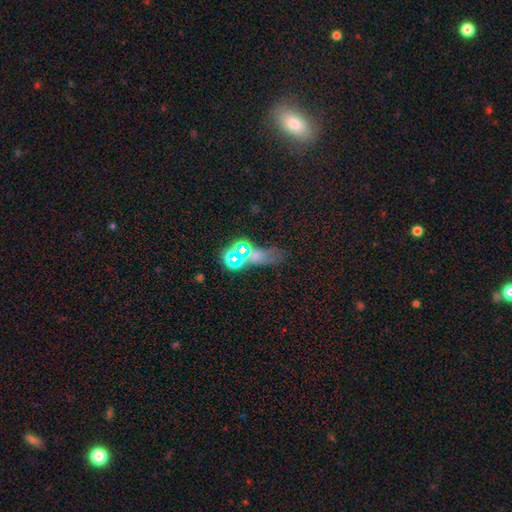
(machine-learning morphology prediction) smooth-or-featured: star or artifact: 47% | smooth: 36% | featured or disk: 17%